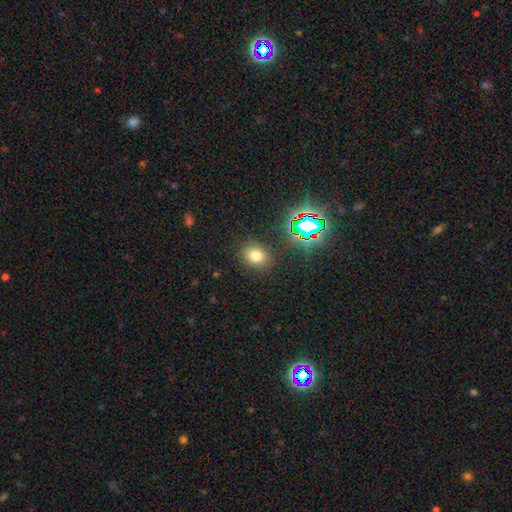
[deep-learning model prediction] Smooth or featured?
  - smooth: 72% *
  - star or artifact: 20%
  - featured or disk: 8%
How rounded?
  - round: 52% *
  - in between: 47%
  - cigar-shaped: 1%
Merging?
  - none: 85% *
  - minor disturbance: 9%
  - major disturbance: 3%
  - merger: 2%